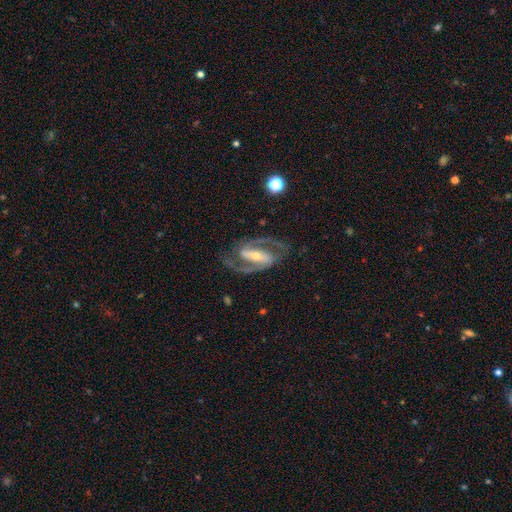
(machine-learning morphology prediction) Smooth or featured? Predicted: featured or disk (p=0.91). Edge-on disk? Predicted: no (p=0.96). Bar? Predicted: strong (p=0.71). Spiral arms? Predicted: yes (p=0.97). Spiral winding? Predicted: medium (p=0.61). Spiral arm count? Predicted: 2 (p=0.93). Bulge size? Predicted: small (p=0.55). Merging? Predicted: none (p=0.80).